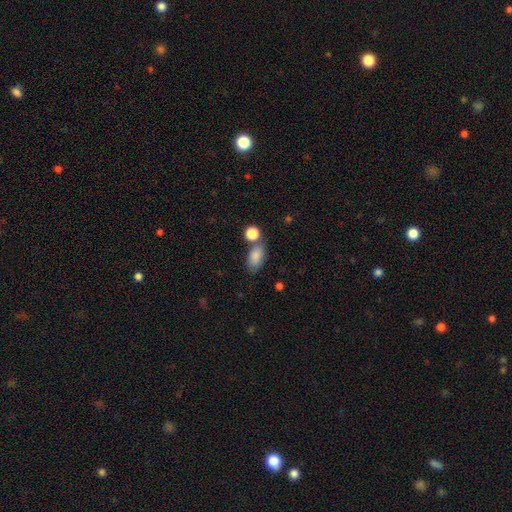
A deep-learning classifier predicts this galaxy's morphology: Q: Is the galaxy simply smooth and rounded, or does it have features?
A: smooth — 85%.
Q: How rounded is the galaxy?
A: in between — 90%.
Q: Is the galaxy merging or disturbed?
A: none — 60%.